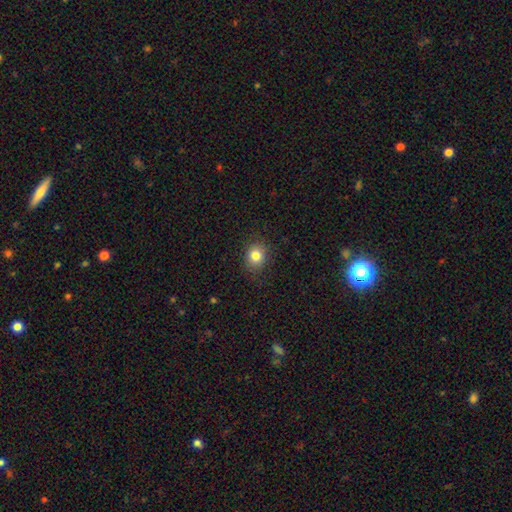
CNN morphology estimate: This appears to be a smooth galaxy with no disk features (82%) that is round (71%). Merging: none (87%).